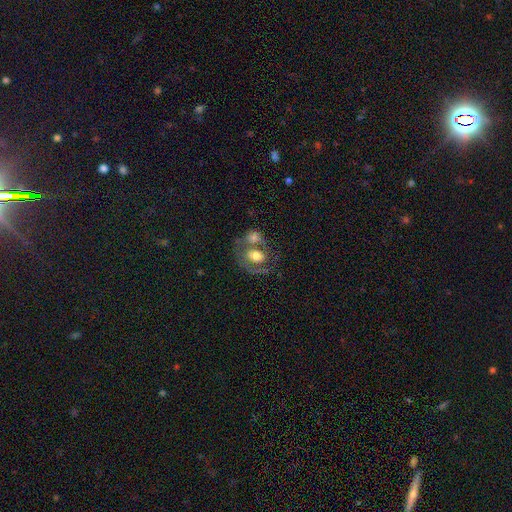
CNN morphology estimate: The model was most divided on "smooth or featured": featured or disk: 50%, smooth: 42%, star or artifact: 7%. Remaining: edge-on disk — no (95%); merging — merger (48%).